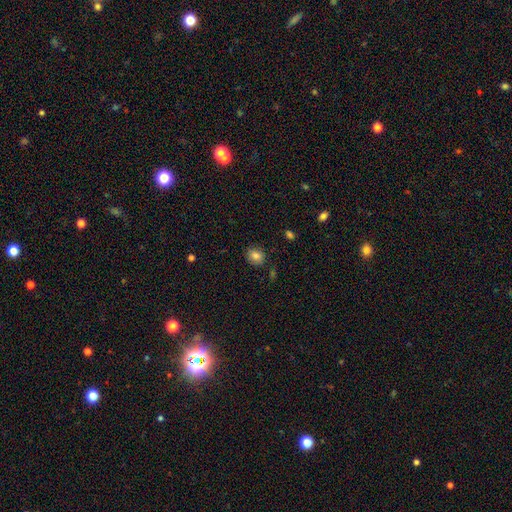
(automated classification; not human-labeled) smooth-or-featured: smooth: 81% | star or artifact: 11% | featured or disk: 9%
  how-rounded: round: 66% | in between: 33% | cigar-shaped: 1%
  merging: none: 85% | minor disturbance: 11% | major disturbance: 2% | merger: 2%